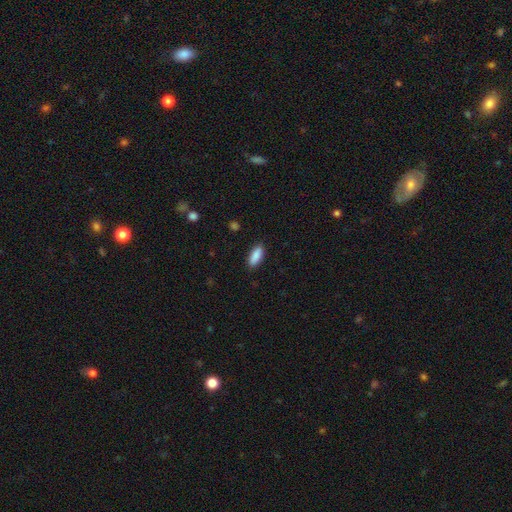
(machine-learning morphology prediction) Smooth or featured? Predicted: smooth (p=0.90). How rounded? Predicted: in between (p=0.79). Merging? Predicted: none (p=0.88).